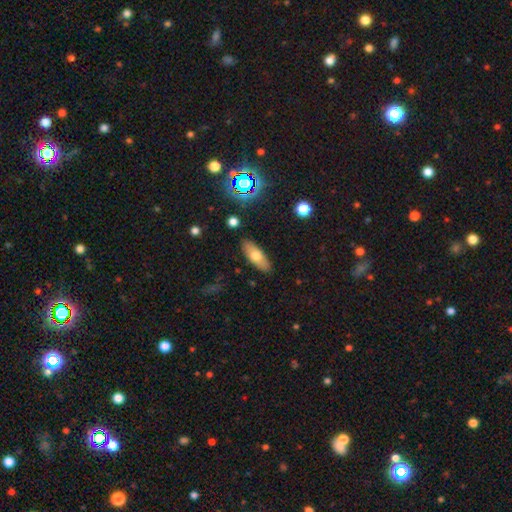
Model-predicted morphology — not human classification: type=smooth (66%); roundness=in between (71%); merging=none (86%).